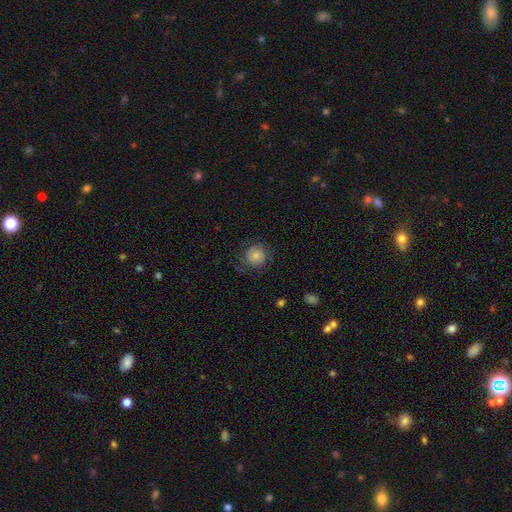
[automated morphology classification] smooth-or-featured: smooth: 65% | featured or disk: 26% | star or artifact: 9%
  how-rounded: round: 89% | in between: 10% | cigar-shaped: 1%
  merging: none: 70% | minor disturbance: 18% | major disturbance: 11% | merger: 1%